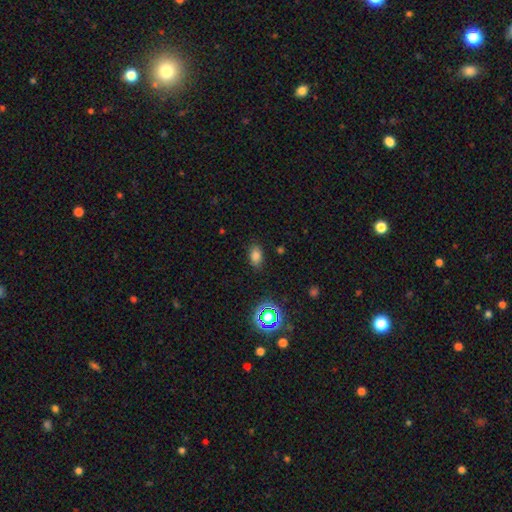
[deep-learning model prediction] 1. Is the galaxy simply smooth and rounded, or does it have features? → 78% smooth, 16% star or artifact, 6% featured or disk.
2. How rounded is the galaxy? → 85% in between, 13% round, 2% cigar-shaped.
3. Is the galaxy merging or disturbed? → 84% none, 11% minor disturbance, 3% major disturbance, 1% merger.